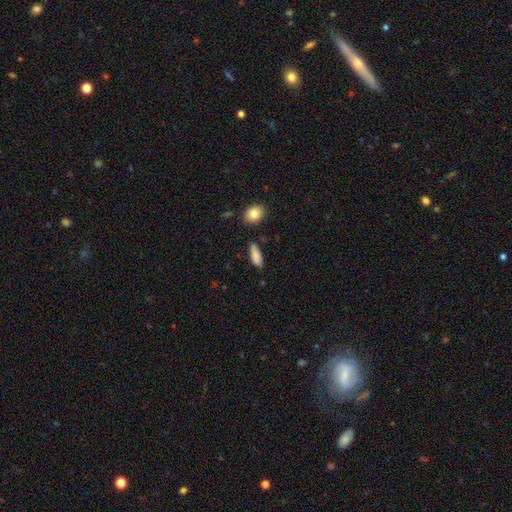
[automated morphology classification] Smooth or featured? smooth (86%)
How rounded? in between (65%)
Merging? none (78%)